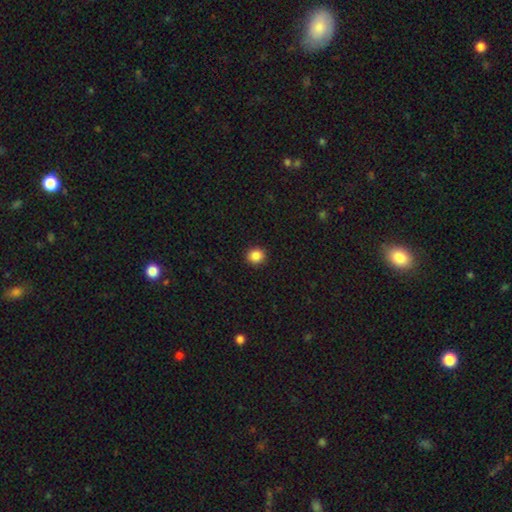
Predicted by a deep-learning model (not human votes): Q: Smooth or featured?
A: smooth (86%); runner-up: star or artifact (10%)
Q: How rounded?
A: round (84%); runner-up: in between (15%)
Q: Merging?
A: none (92%); runner-up: minor disturbance (5%)